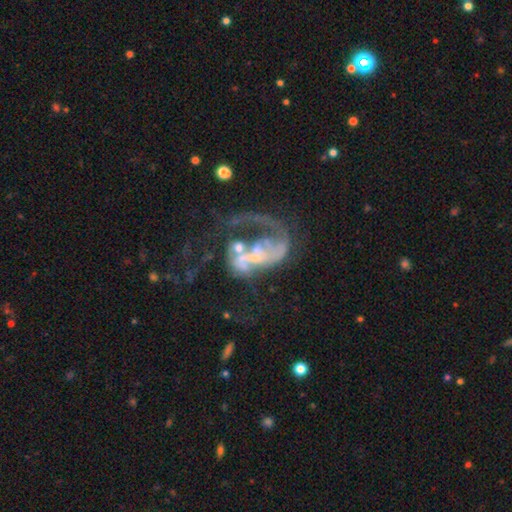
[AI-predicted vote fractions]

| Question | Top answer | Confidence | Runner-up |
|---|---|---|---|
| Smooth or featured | featured or disk | 78% | smooth (12%) |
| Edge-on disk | no | 98% | yes (2%) |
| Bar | no | 64% | weak (25%) |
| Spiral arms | yes | 70% | no (30%) |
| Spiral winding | loose | 55% | medium (31%) |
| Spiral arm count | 1 | 63% | 2 (20%) |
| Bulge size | none | 43% | small (31%) |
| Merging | major disturbance | 45% | merger (26%) |